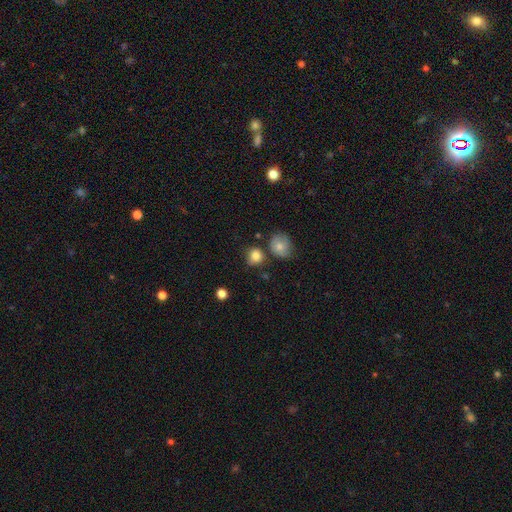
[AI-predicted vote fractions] smooth 84%, star or artifact 10%, featured or disk 6%. Down the decision tree: how rounded — round (82%); merging — none (69%).